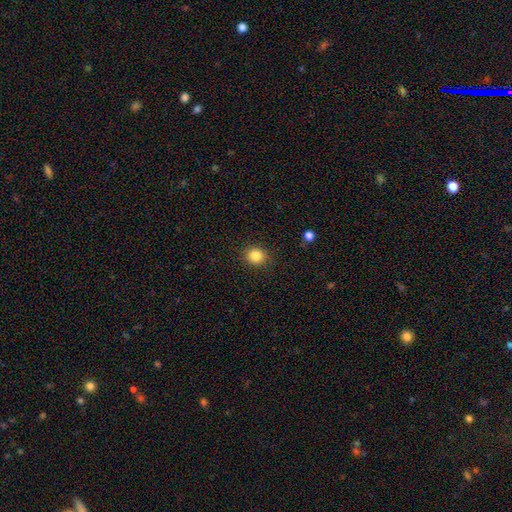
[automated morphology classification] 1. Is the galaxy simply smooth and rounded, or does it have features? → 84% smooth, 11% star or artifact, 5% featured or disk.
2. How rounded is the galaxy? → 80% round, 19% in between, 1% cigar-shaped.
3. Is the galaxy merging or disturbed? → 90% none, 7% minor disturbance, 2% major disturbance, 1% merger.